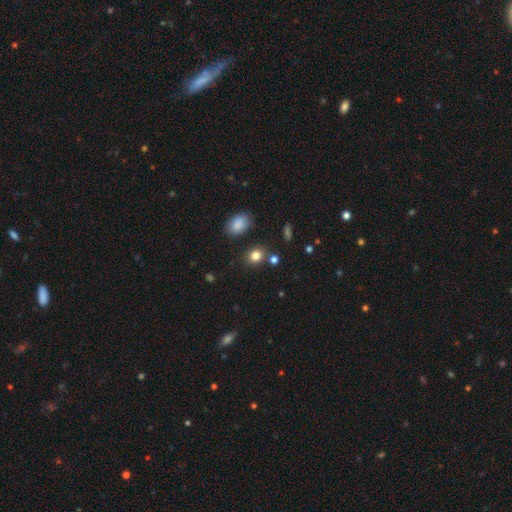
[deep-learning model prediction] Overall: smooth (82%). How rounded: round (66%; in between 33%). Merging: none (79%).